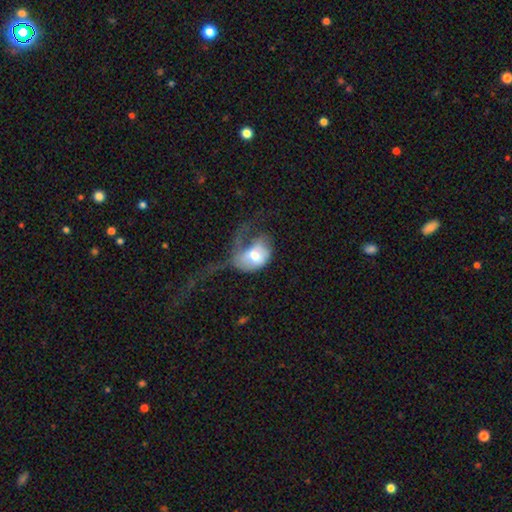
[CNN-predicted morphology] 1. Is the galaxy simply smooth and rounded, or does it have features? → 57% smooth, 36% featured or disk, 7% star or artifact.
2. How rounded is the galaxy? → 69% in between, 29% round, 1% cigar-shaped.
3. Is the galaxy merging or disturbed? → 65% major disturbance, 14% minor disturbance, 13% none, 7% merger.